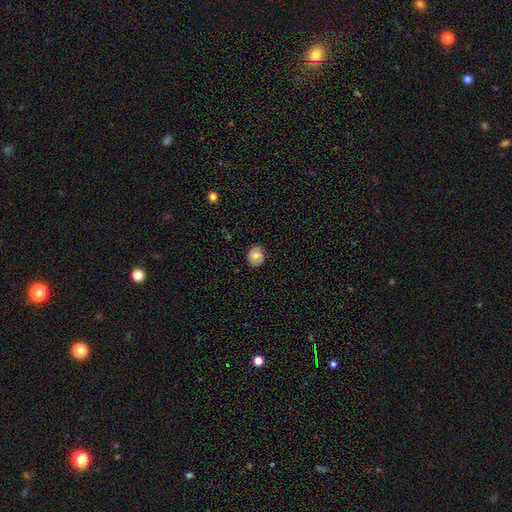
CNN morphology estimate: A smooth galaxy with no disk features (66%) that is round (73%). Merging: none (80%).